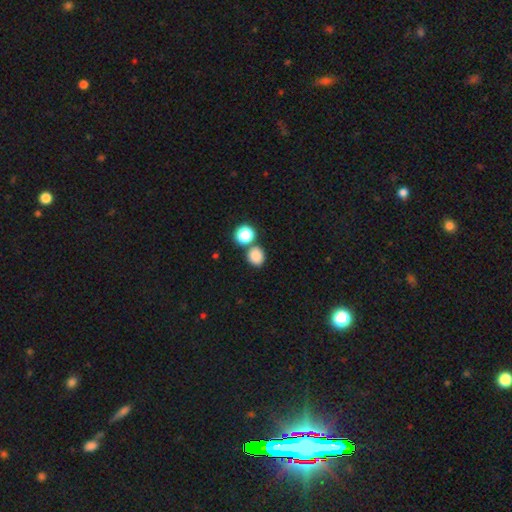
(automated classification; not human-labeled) The model was most divided on "how rounded": round: 72%, in between: 27%, cigar-shaped: 1%. More confident: smooth or featured — smooth (84%); merging — none (69%).